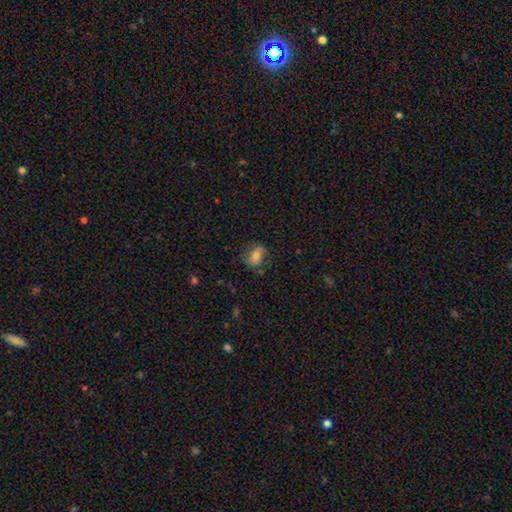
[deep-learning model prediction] Smooth or featured?
  - smooth: 64% *
  - featured or disk: 25%
  - star or artifact: 10%
How rounded?
  - in between: 78% *
  - round: 18%
  - cigar-shaped: 4%
Merging?
  - none: 70% *
  - minor disturbance: 21%
  - major disturbance: 7%
  - merger: 2%